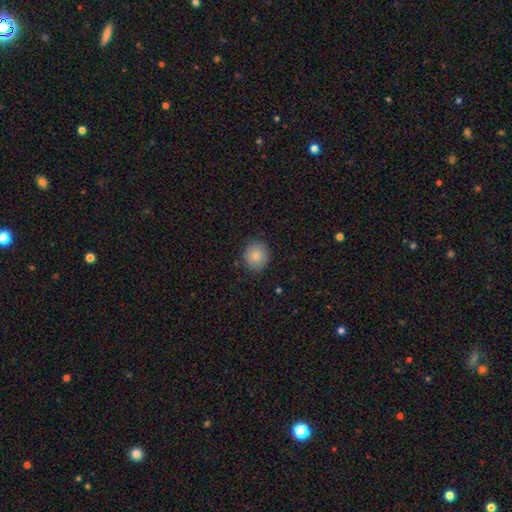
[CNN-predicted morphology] Smooth or featured: smooth — 84% (star or artifact — 9%)
How rounded: round — 80% (in between — 19%)
Merging: none — 85% (minor disturbance — 11%)